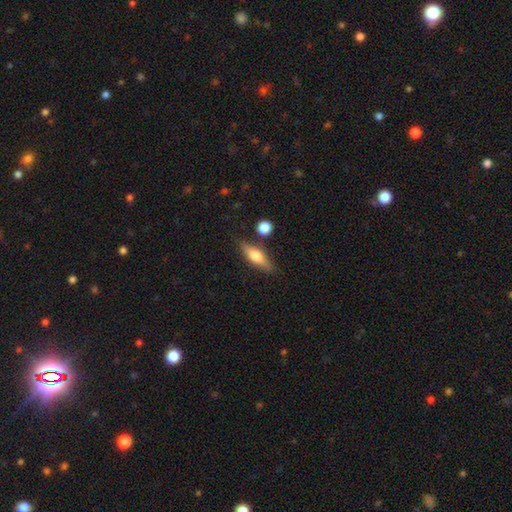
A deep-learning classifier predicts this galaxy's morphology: Smooth or featured?
  - smooth: 52% *
  - featured or disk: 41%
  - star or artifact: 7%
How rounded?
  - cigar-shaped: 49% *
  - in between: 47%
  - round: 4%
Merging?
  - none: 78% *
  - minor disturbance: 12%
  - merger: 6%
  - major disturbance: 3%